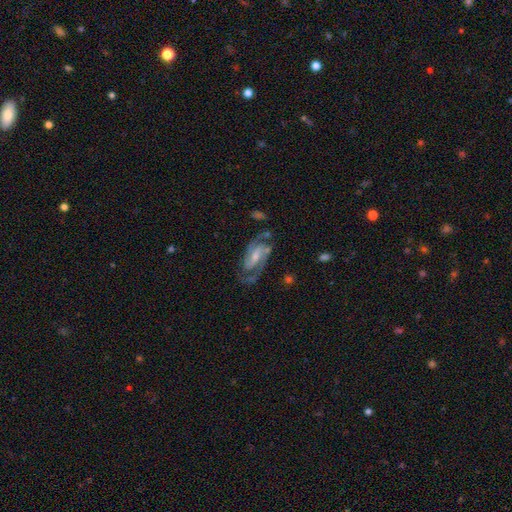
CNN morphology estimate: This appears to be a featured or disk galaxy (90%) with a weak bar (45%), 2 (86%) medium (53%) spiral arms (98%) and a moderate central bulge (43%). Merging: none (72%).